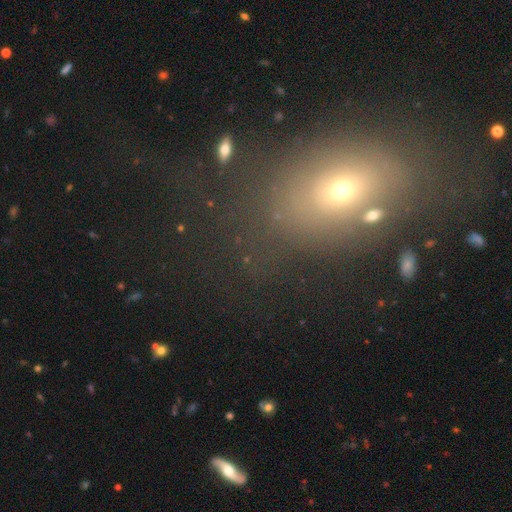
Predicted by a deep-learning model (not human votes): Morphology: type=smooth (55%); roundness=in between (66%); merging=none (65%).